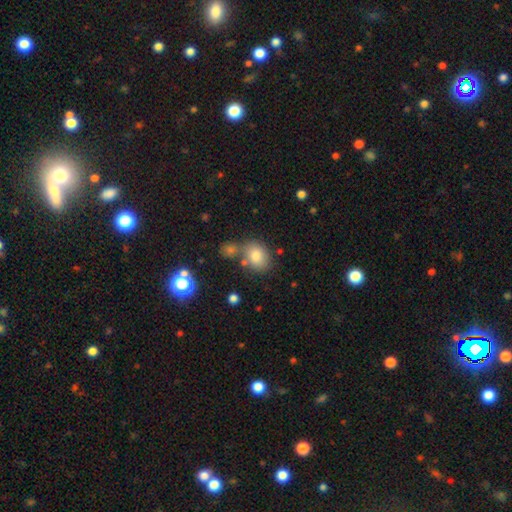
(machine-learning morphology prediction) type=smooth (79%); roundness=in between (50%); merging=none (59%).